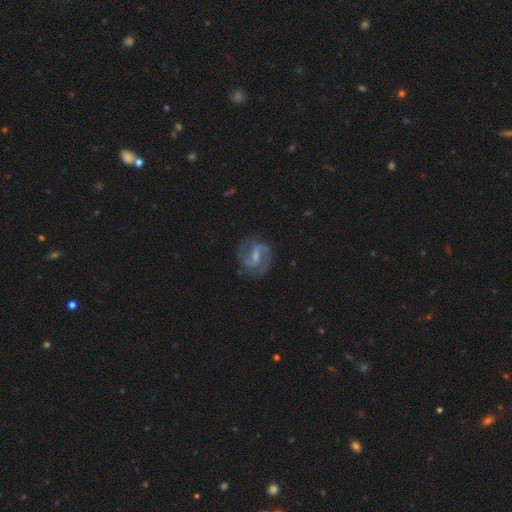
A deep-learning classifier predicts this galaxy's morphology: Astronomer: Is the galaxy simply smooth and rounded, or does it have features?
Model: featured or disk — 87%.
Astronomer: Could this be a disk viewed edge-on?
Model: no — 97%.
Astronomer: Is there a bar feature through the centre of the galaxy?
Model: weak — 51% (runner-up: strong, 37%).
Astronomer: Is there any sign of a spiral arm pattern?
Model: yes — 96%.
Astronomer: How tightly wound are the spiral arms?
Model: medium — 55%.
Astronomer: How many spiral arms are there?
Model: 2 — 91%.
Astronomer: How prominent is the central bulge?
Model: small — 47% (runner-up: moderate, 34%).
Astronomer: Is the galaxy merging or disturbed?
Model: none — 83%.